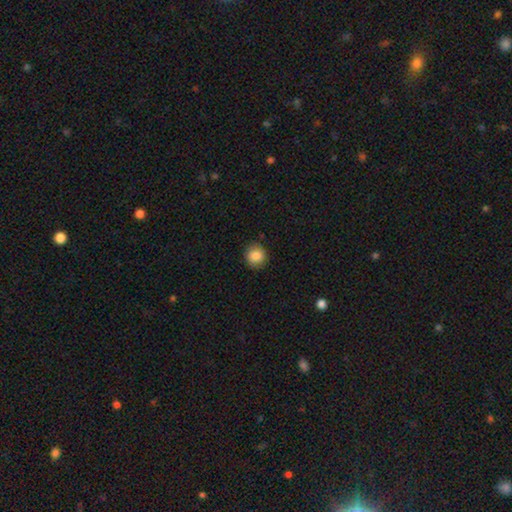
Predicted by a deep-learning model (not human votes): Q: Smooth or featured?
A: smooth (86%); runner-up: star or artifact (9%)
Q: How rounded?
A: round (88%); runner-up: in between (11%)
Q: Merging?
A: none (89%); runner-up: minor disturbance (8%)